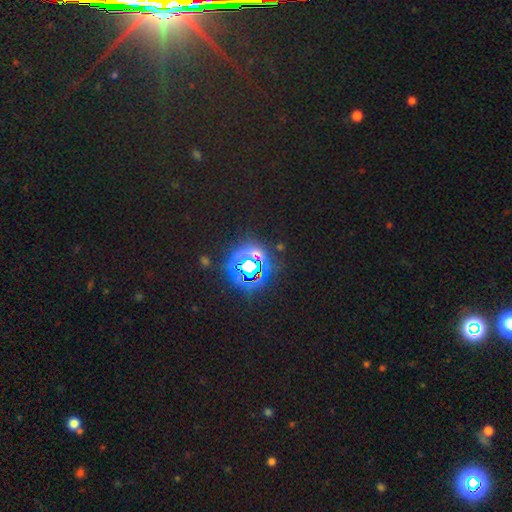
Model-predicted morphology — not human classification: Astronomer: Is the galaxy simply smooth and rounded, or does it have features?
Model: star or artifact — 78%.